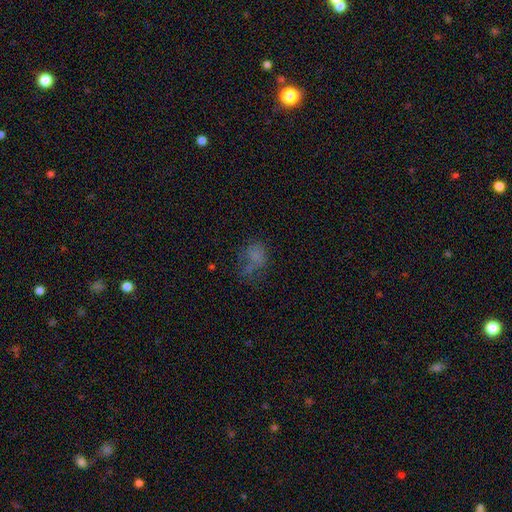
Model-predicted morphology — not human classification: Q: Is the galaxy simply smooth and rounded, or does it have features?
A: smooth — 58%.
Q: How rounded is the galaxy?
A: in between — 60%.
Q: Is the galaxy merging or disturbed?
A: none — 38%.